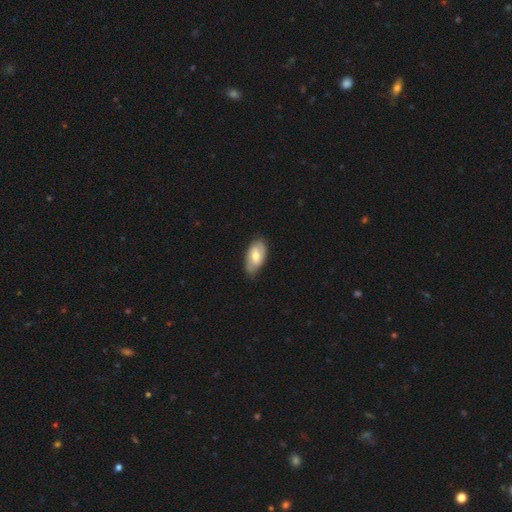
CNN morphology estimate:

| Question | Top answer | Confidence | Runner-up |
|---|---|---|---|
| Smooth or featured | smooth | 56% | featured or disk (38%) |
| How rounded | in between | 93% | round (4%) |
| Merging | none | 74% | minor disturbance (21%) |